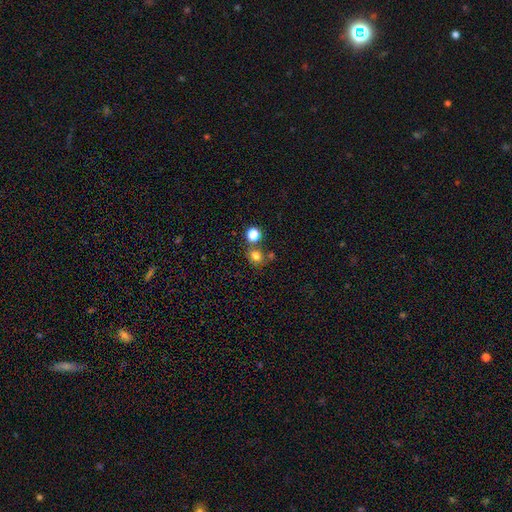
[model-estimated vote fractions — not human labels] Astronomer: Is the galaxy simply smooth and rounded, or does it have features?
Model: smooth — 75%.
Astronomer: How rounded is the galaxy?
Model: round — 73%.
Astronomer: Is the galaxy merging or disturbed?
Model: none — 65%.